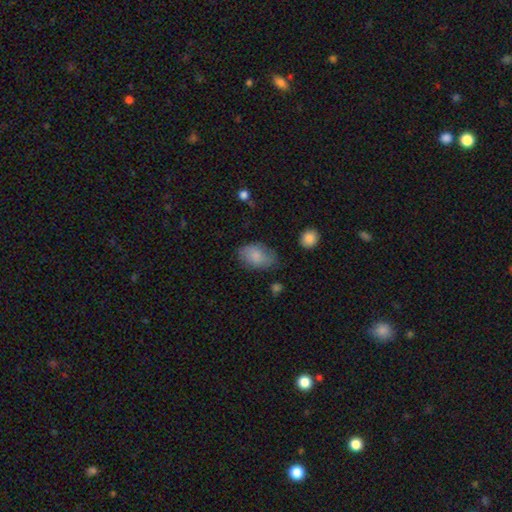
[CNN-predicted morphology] Smooth or featured? smooth (79%)
How rounded? in between (88%)
Merging? none (66%)